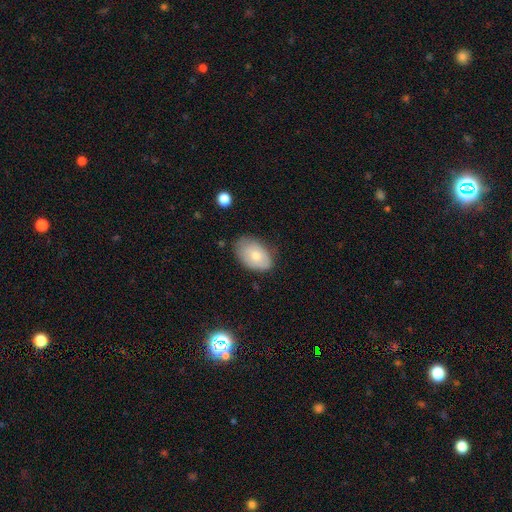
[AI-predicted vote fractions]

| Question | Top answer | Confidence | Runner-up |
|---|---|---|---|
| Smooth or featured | smooth | 73% | featured or disk (21%) |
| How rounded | in between | 90% | round (9%) |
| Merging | none | 70% | minor disturbance (24%) |